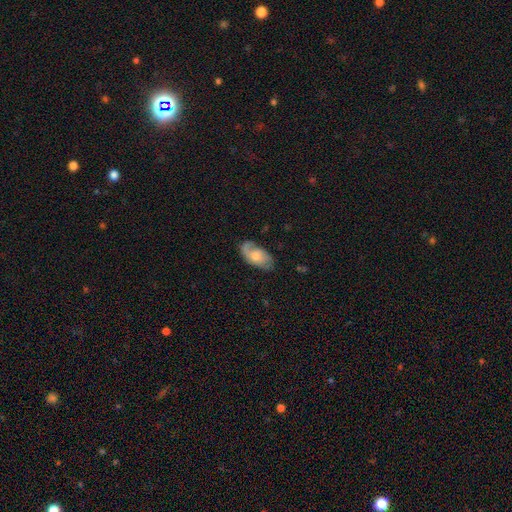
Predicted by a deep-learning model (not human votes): Smooth or featured? Predicted: featured or disk (p=0.49). Merging? Predicted: none (p=0.63).